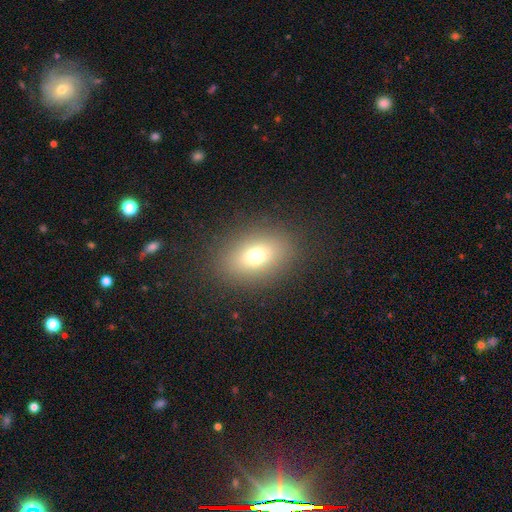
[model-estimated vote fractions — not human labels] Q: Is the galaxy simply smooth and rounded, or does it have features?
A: smooth — 72%.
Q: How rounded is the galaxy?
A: in between — 77%.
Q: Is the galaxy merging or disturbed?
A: none — 86%.